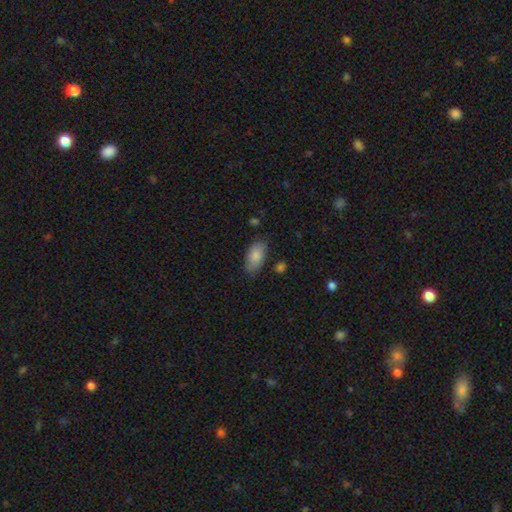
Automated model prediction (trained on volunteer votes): Overall: smooth (85%). How rounded: in between (93%). Merging: none (75%).